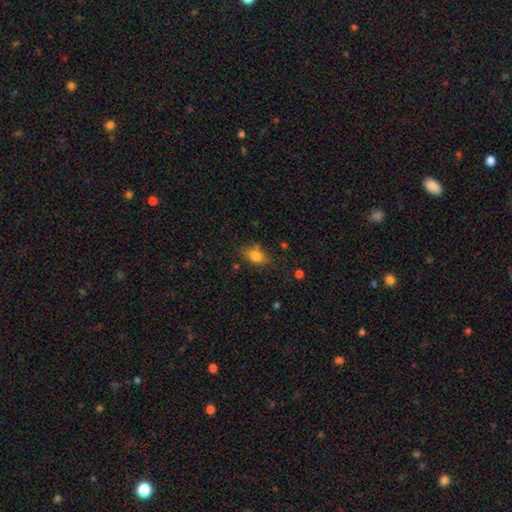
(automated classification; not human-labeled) A smooth galaxy with no disk features (81%) that is in between round and cigar-shaped (81%).

Vote fractions:
- Smooth or featured? smooth: 81% / star or artifact: 10% / featured or disk: 9%
- How rounded? in between: 81% / round: 15% / cigar-shaped: 4%
- Merging? none: 68% / minor disturbance: 21% / major disturbance: 6% / merger: 5%